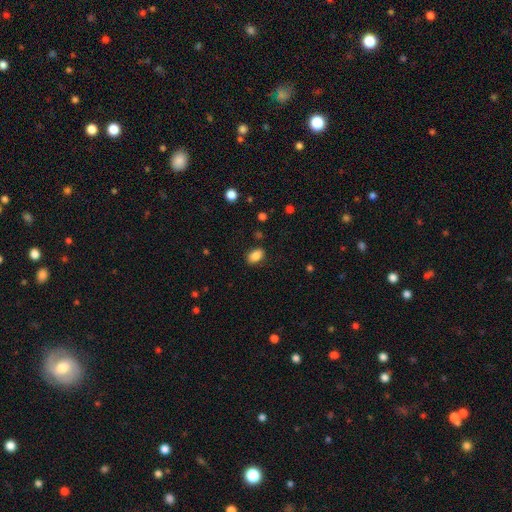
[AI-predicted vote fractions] Morphology: type=smooth (86%); roundness=in between (86%); merging=none (85%).